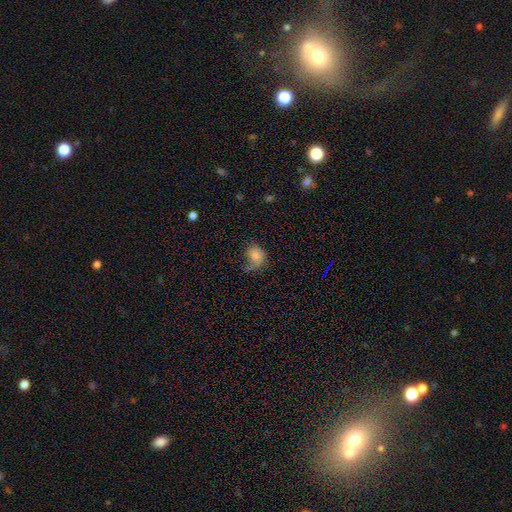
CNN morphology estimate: Overall: smooth (66%). How rounded: in between (56%; round 43%). Merging: major disturbance (37%; none 31%).